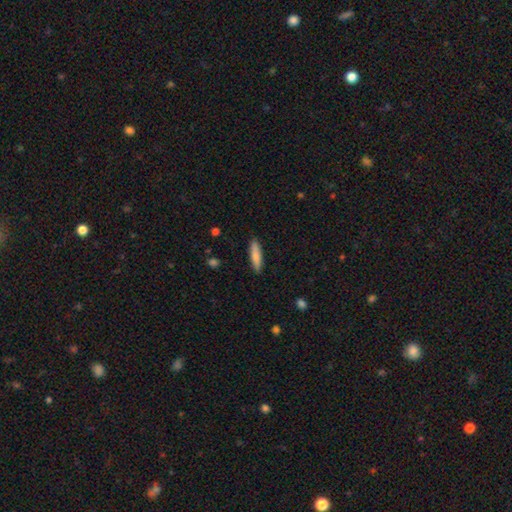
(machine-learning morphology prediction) Smooth or featured? smooth (81%)
How rounded? cigar-shaped (76%)
Merging? none (90%)